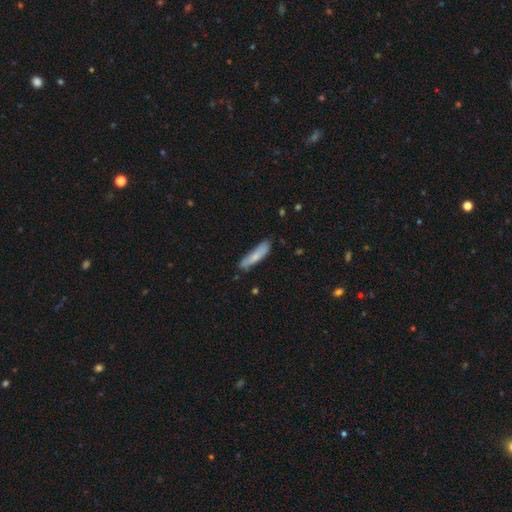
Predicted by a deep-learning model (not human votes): Morphology: type=smooth (75%); roundness=cigar-shaped (80%); merging=none (74%).